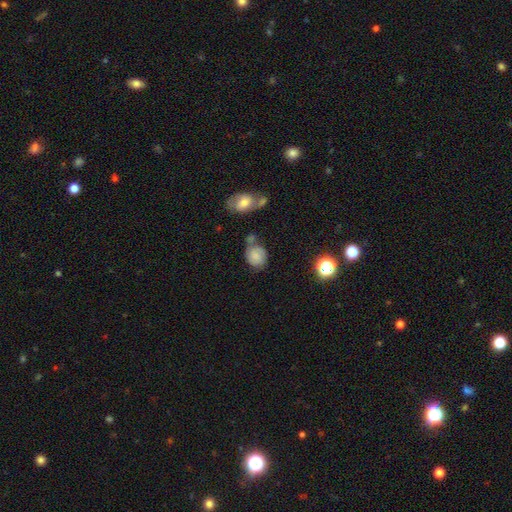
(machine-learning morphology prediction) The model was most divided on "how rounded": round: 54%, in between: 44%, cigar-shaped: 1%. Remaining: smooth or featured — smooth (57%); merging — none (47%).